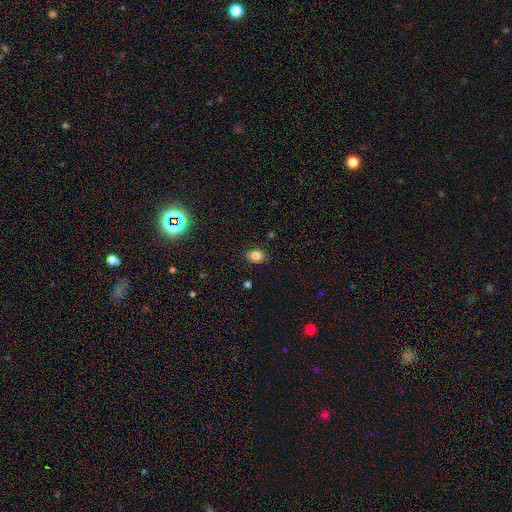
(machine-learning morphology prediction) Overall: smooth (83%). How rounded: in between (64%; round 35%). Merging: none (87%).